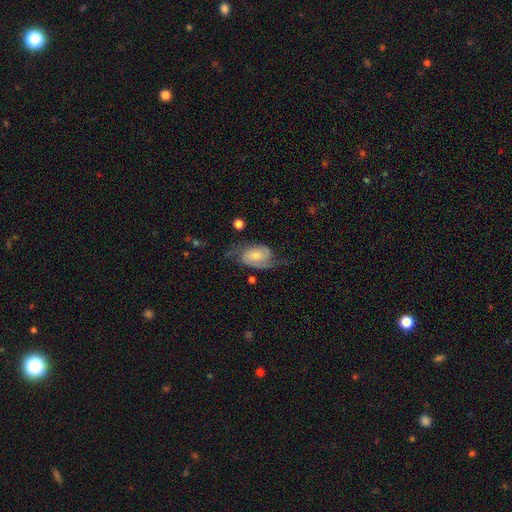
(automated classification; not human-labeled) Smooth or featured?
  - featured or disk: 67% *
  - smooth: 26%
  - star or artifact: 7%
Edge-on disk?
  - no: 96% *
  - yes: 4%
Bar?
  - no: 59% *
  - weak: 34%
  - strong: 7%
Spiral arms?
  - yes: 91% *
  - no: 9%
Spiral winding?
  - medium: 42% *
  - loose: 38%
  - tight: 20%
Spiral arm count?
  - 2: 83% *
  - can't tell: 7%
  - 1: 6%
  - 3: 2%
  - 4: 1%
  - more than 4: 1%
Bulge size?
  - moderate: 37% *
  - small: 32%
  - large: 14%
  - none: 13%
  - dominant: 4%
Merging?
  - none: 48% *
  - minor disturbance: 26%
  - major disturbance: 24%
  - merger: 3%